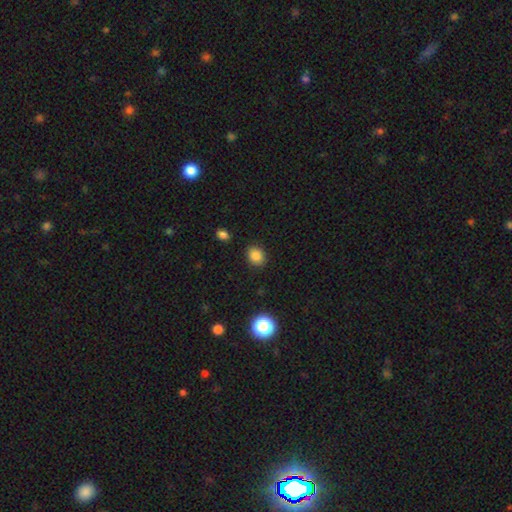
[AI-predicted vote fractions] smooth 84%, star or artifact 11%, featured or disk 4%. Down the decision tree: how rounded — round (65%); merging — none (87%).